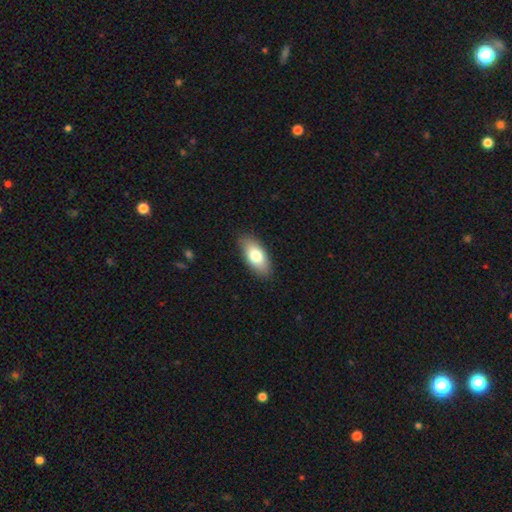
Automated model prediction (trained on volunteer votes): Smooth or featured? Predicted: smooth (p=0.77). How rounded? Predicted: in between (p=0.89). Merging? Predicted: none (p=0.87).